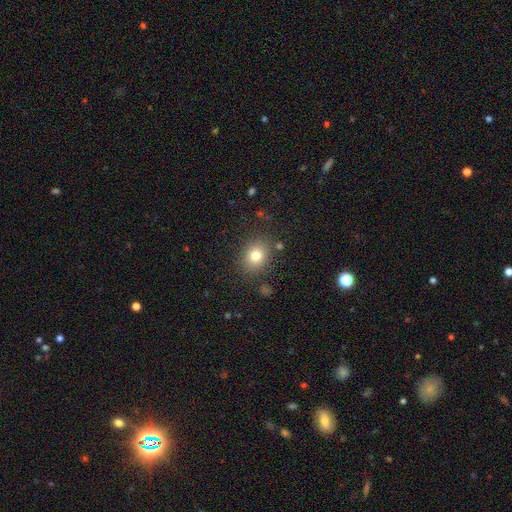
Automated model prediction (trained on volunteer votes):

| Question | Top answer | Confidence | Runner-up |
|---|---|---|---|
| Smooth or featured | smooth | 79% | star or artifact (12%) |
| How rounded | round | 57% | in between (42%) |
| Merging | none | 84% | minor disturbance (10%) |